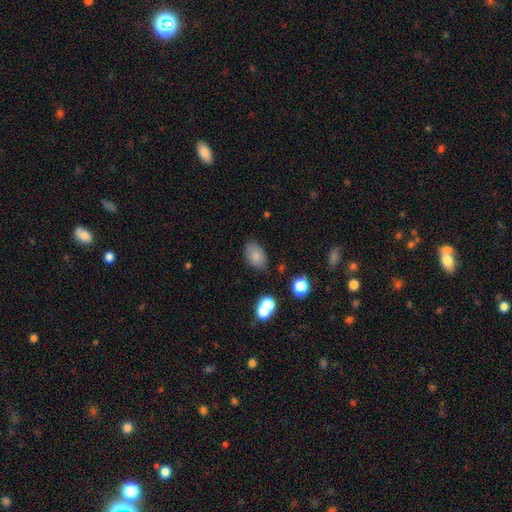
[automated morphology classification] Smooth or featured? Predicted: smooth (p=0.80). How rounded? Predicted: in between (p=0.86). Merging? Predicted: none (p=0.77).